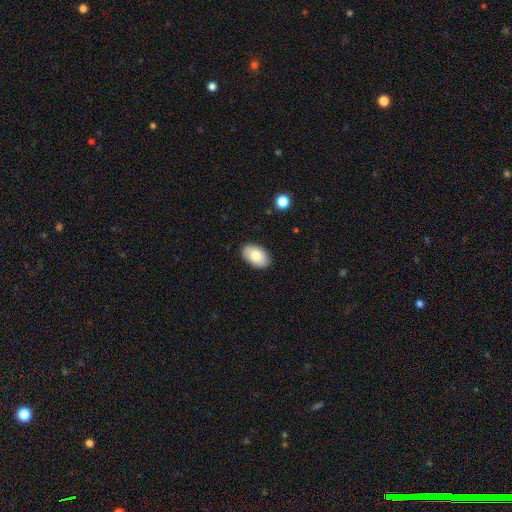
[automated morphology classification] type=smooth (79%); roundness=in between (93%); merging=none (87%).